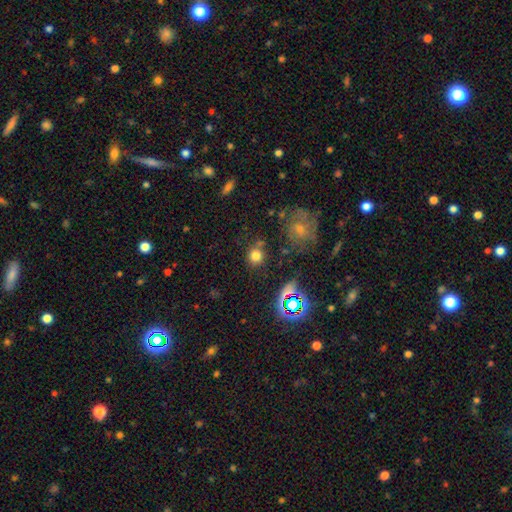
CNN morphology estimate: This appears to be a smooth galaxy with no disk features (73%) that is round (87%). Merging: none (75%).